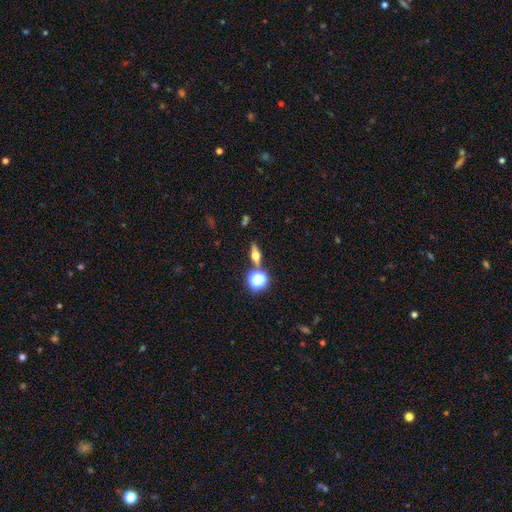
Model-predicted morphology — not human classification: featured or disk 51%, smooth 34%, star or artifact 15%. Down the decision tree: edge-on disk — yes (89%); merging — none (81%).